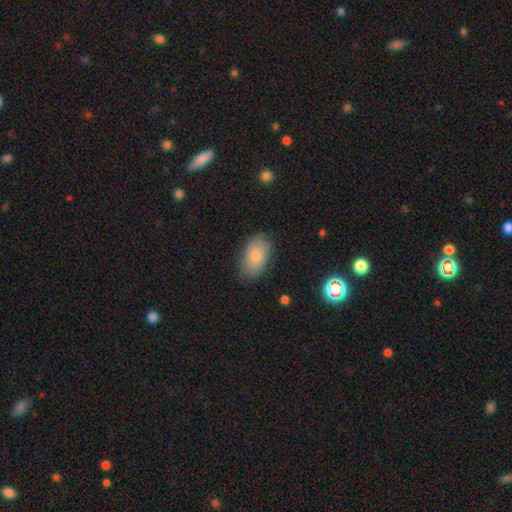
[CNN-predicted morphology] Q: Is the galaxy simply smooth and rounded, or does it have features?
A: smooth — 79%.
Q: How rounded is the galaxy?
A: in between — 92%.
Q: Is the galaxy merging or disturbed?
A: none — 81%.